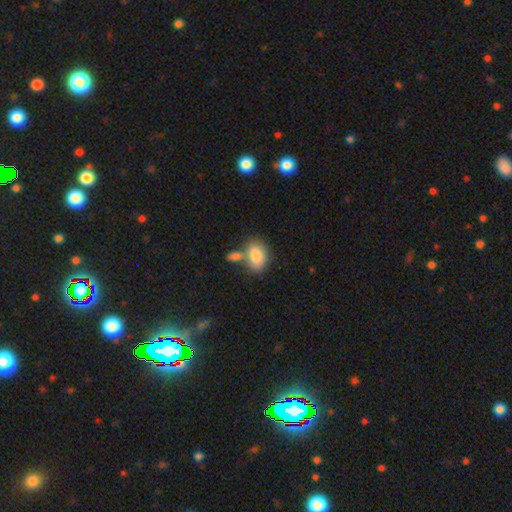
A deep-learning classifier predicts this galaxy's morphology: Smooth or featured?
  - smooth: 84% *
  - featured or disk: 10%
  - star or artifact: 7%
How rounded?
  - in between: 87% *
  - round: 12%
  - cigar-shaped: 1%
Merging?
  - none: 47% *
  - merger: 34%
  - minor disturbance: 14%
  - major disturbance: 5%